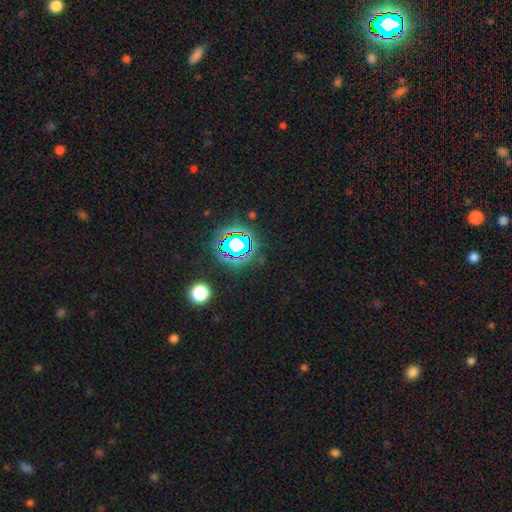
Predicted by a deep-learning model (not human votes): A star or artifact, not a galaxy (81%).